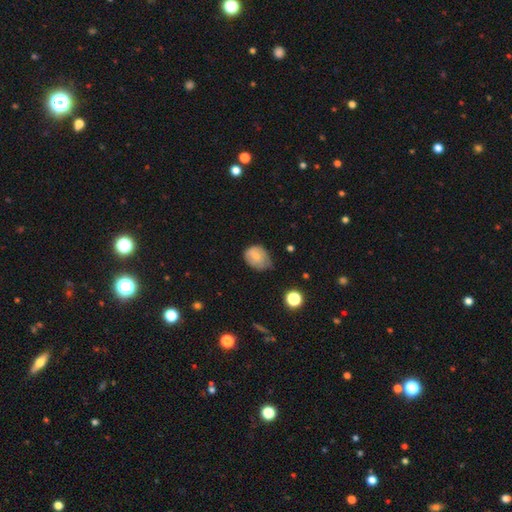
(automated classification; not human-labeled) smooth 74%, featured or disk 17%, star or artifact 9%. Down the decision tree: how rounded — in between (58%); merging — minor disturbance (46%).